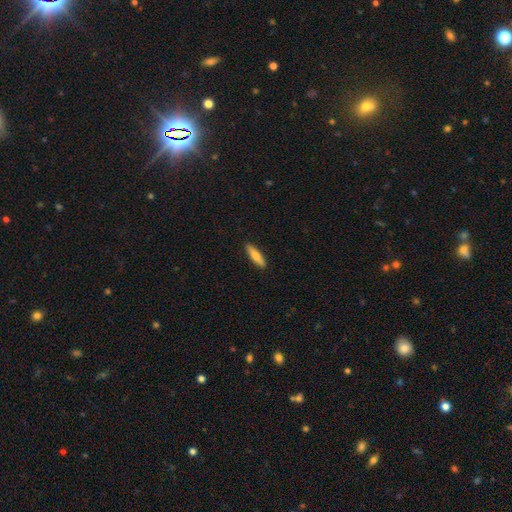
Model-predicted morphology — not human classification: This is likely a smooth galaxy (67%). How rounded: likely cigar-shaped (72%). Merging: clearly none (91%).